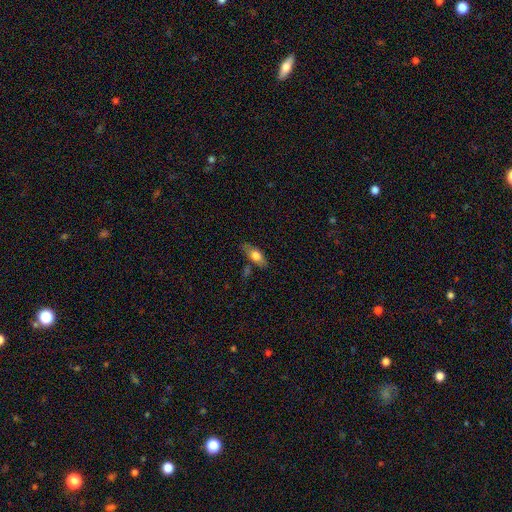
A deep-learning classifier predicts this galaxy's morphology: This appears to be a smooth galaxy with no disk features (69%) that is in between round and cigar-shaped (74%). Merging: none (74%).